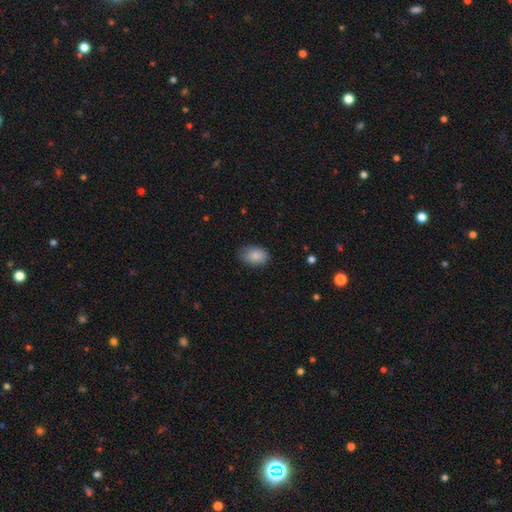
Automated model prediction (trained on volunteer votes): smooth_or_featured: smooth (p=0.86) [alt: star or artifact p=0.07]
how_rounded: in between (p=0.84) [alt: round p=0.15]
merging: none (p=0.73) [alt: minor disturbance p=0.22]